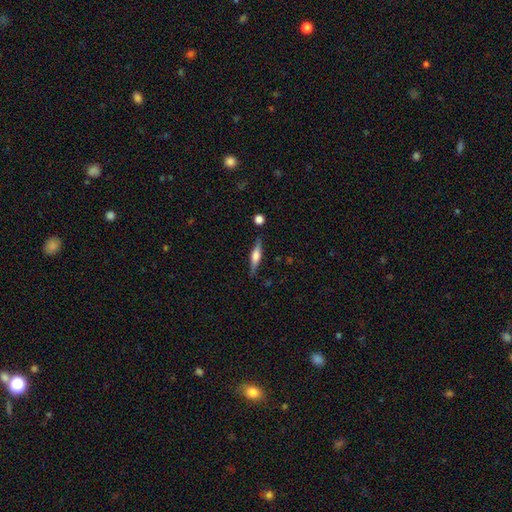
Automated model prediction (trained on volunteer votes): This is possibly a featured or disk galaxy (58%). It is clearly viewed edge-on (96%). Edge-on bulge: likely rounded (78%). Merging: clearly none (84%).